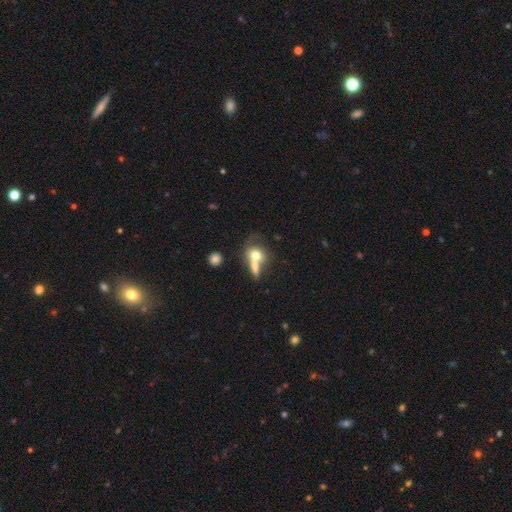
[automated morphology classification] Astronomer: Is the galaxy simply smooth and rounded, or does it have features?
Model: smooth — 69%.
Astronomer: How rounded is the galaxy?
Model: round — 51% (runner-up: in between, 43%).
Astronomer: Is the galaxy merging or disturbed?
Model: merger — 55%.